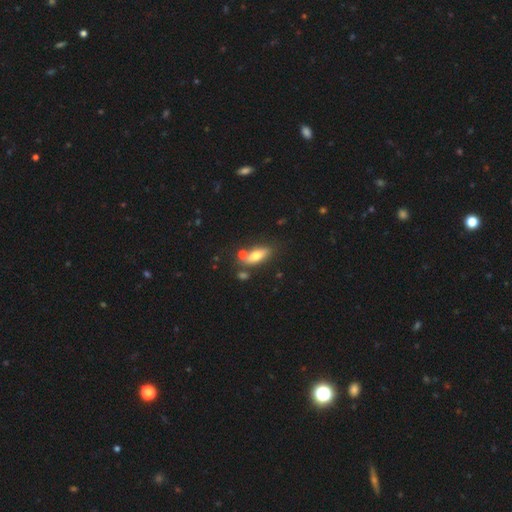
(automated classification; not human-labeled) Smooth or featured: smooth — 67% (featured or disk — 25%)
How rounded: in between — 69% (cigar-shaped — 27%)
Merging: none — 65% (merger — 17%)